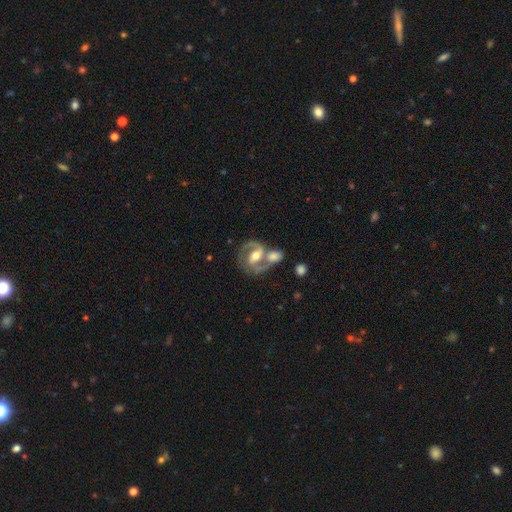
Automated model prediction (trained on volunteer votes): featured or disk 85%, smooth 10%, star or artifact 5%. Down the decision tree: edge-on disk — no (97%); bar — strong (43%); spiral arms — yes (94%); spiral arm count — 2 (87%); spiral winding — medium (58%); bulge size — moderate (70%); merging — none (42%).